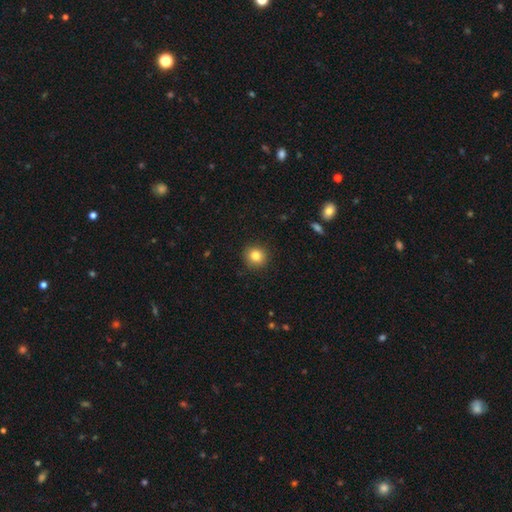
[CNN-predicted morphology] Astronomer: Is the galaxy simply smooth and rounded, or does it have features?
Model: smooth — 83%.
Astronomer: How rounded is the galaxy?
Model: round — 92%.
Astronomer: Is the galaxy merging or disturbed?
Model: none — 91%.